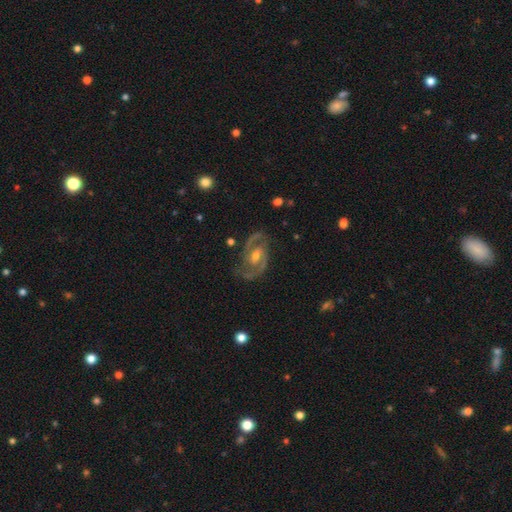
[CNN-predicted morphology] The model was most divided on "bar": weak: 48%, no: 35%, strong: 17%. More confident: spiral arms — yes (98%); edge-on disk — no (98%); spiral arm count — 2 (93%); smooth or featured — featured or disk (91%); merging — none (83%); spiral winding — medium (60%); bulge size — moderate (59%).